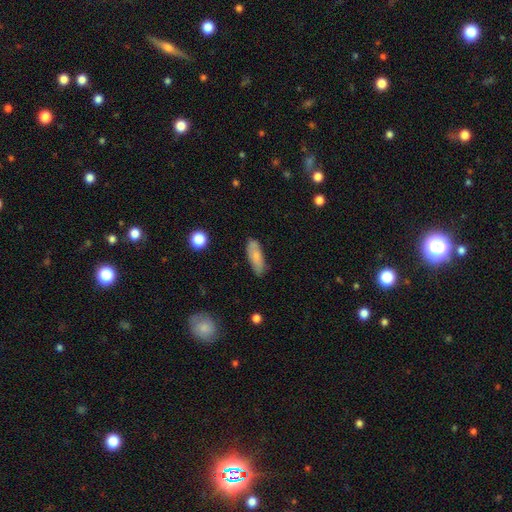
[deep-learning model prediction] Overall: smooth (73%). How rounded: in between (66%; cigar-shaped 31%). Merging: none (70%).